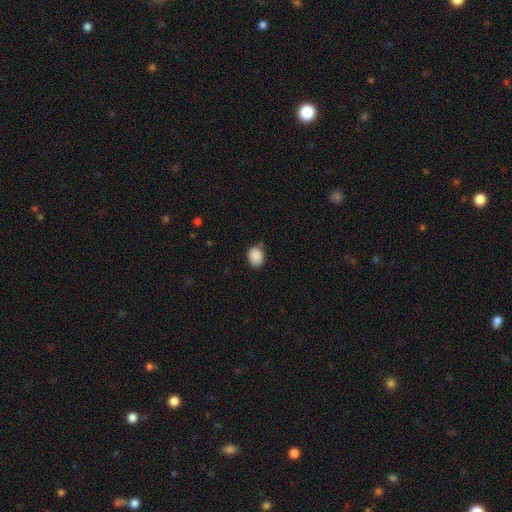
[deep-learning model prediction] Smooth or featured? Predicted: smooth (p=0.89). How rounded? Predicted: in between (p=0.56). Merging? Predicted: none (p=0.77).